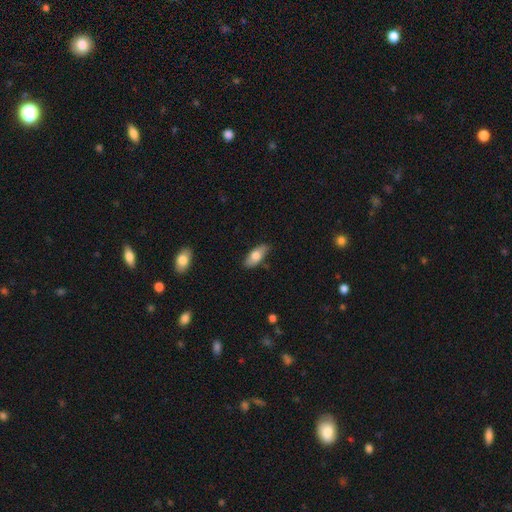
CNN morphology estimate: Overall: smooth (74%). How rounded: in between (86%). Merging: none (79%).